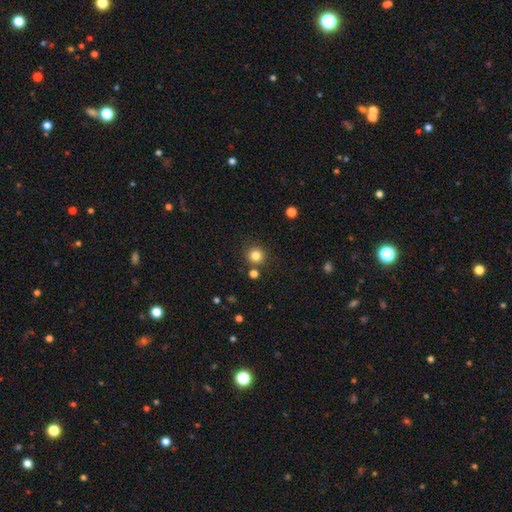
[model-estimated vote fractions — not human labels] smooth 82%, star or artifact 13%, featured or disk 5%. Down the decision tree: how rounded — round (94%); merging — none (85%).